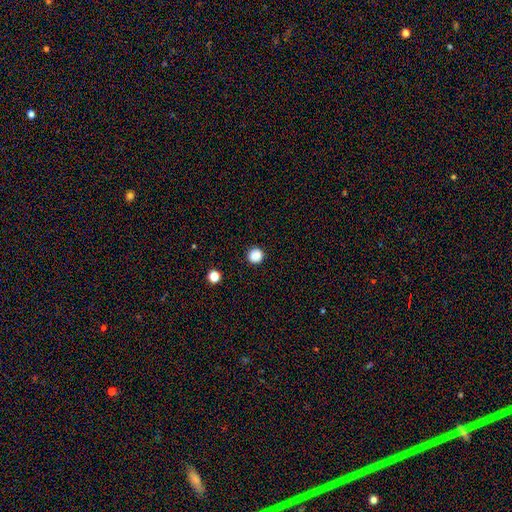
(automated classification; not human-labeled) Overall: smooth (86%). How rounded: round (95%). Merging: none (92%).